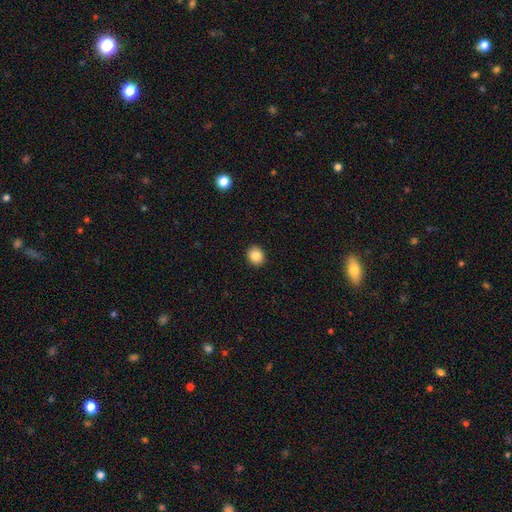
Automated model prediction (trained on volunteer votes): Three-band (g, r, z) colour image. It shows a smooth galaxy with no disk features (86%) that is round (65%). Merging: none (92%).